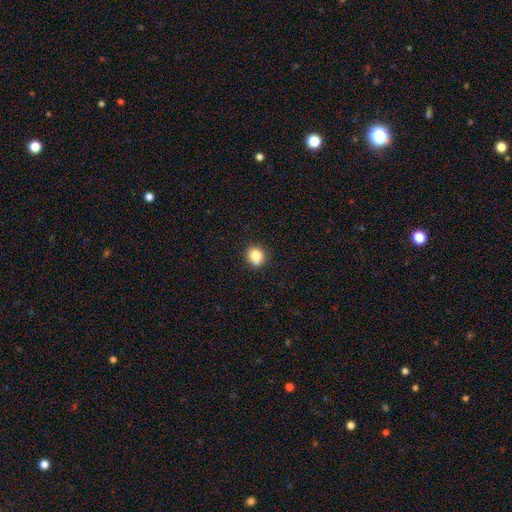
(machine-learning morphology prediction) smooth_or_featured: smooth (p=0.82) [alt: star or artifact p=0.11]
how_rounded: round (p=0.87) [alt: in between p=0.12]
merging: none (p=0.78) [alt: minor disturbance p=0.12]